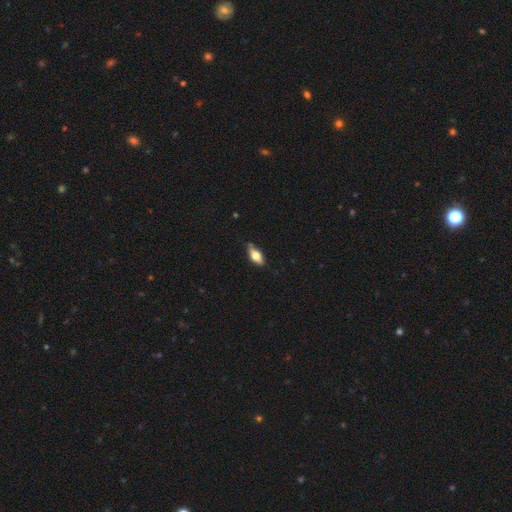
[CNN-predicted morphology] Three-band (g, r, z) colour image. It shows a smooth galaxy with no disk features (59%) that is in between round and cigar-shaped (81%). Merging: none (74%).